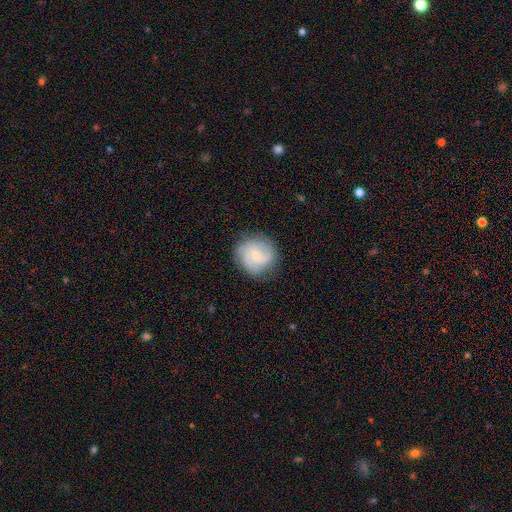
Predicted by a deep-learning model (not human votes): The model was most divided on "bar": no: 50%, weak: 44%, strong: 6%. Remaining: edge-on disk — no (98%); spiral arms — yes (93%); merging — none (80%); smooth or featured — featured or disk (70%); bulge size — small (69%); spiral arm count — 2 (52%); spiral winding — medium (46%).